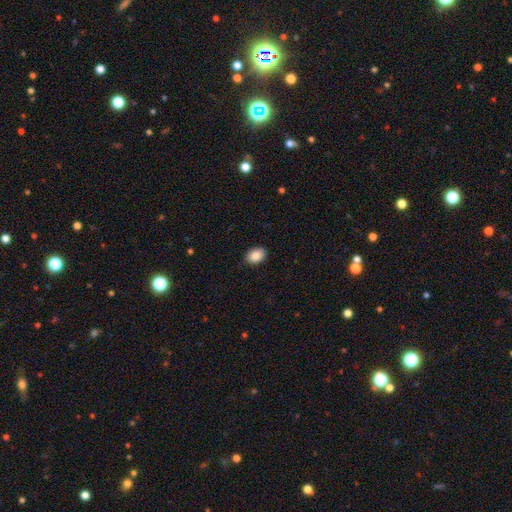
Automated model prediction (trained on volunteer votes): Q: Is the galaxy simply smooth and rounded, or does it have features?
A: smooth — 88%.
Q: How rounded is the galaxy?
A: in between — 83%.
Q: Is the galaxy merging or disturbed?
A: none — 88%.